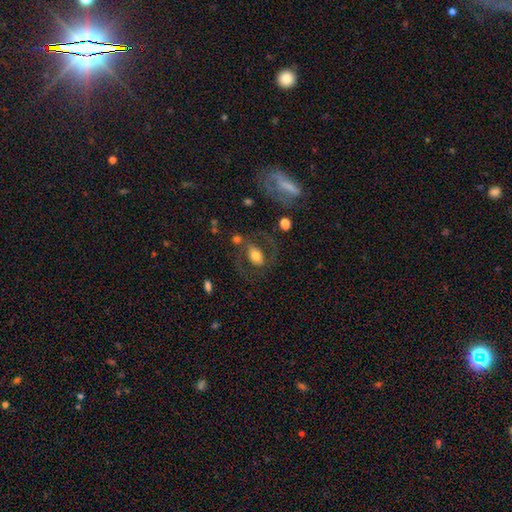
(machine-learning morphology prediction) This appears to be a featured or disk galaxy (50%). Merging: none (62%).